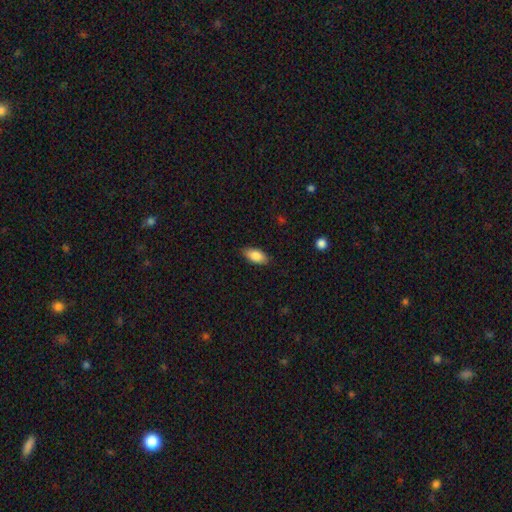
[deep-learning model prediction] Morphology: type=smooth (86%); roundness=in between (90%); merging=none (86%).